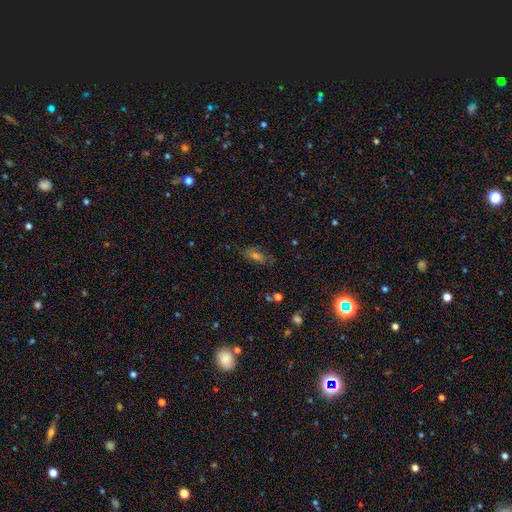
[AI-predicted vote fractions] Smooth or featured?
  - smooth: 42% *
  - star or artifact: 30%
  - featured or disk: 28%
Merging?
  - none: 77% *
  - minor disturbance: 15%
  - major disturbance: 6%
  - merger: 2%